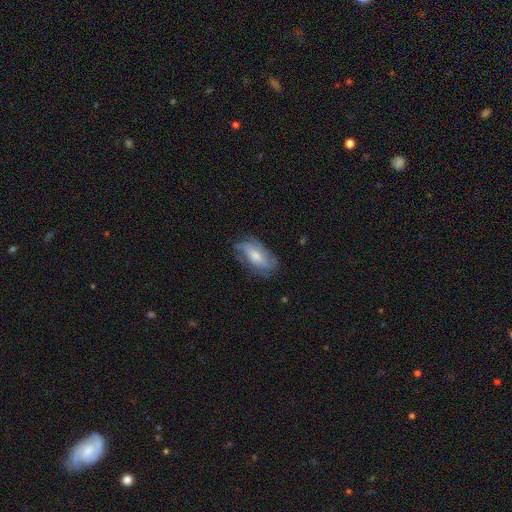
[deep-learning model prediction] Q: Smooth or featured?
A: featured or disk (54%); runner-up: smooth (39%)
Q: Edge-on disk?
A: no (89%); runner-up: yes (11%)
Q: Merging?
A: none (64%); runner-up: minor disturbance (24%)